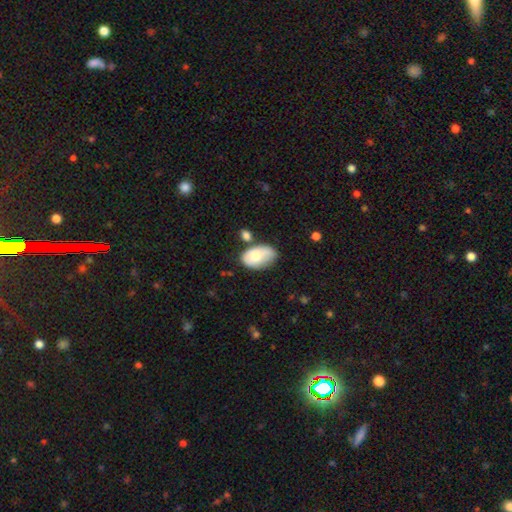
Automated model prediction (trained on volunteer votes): Smooth or featured? smooth (71%)
How rounded? in between (92%)
Merging? none (49%)